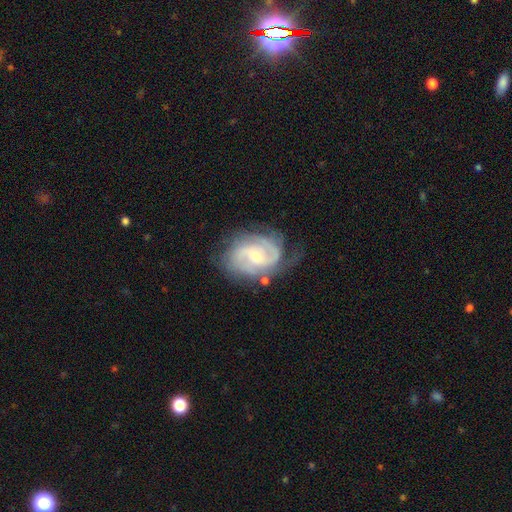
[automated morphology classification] Smooth or featured?
  - featured or disk: 86% *
  - smooth: 9%
  - star or artifact: 5%
Edge-on disk?
  - no: 97% *
  - yes: 3%
Bar?
  - weak: 45% *
  - no: 44%
  - strong: 11%
Spiral arms?
  - yes: 96% *
  - no: 4%
Spiral winding?
  - tight: 44% *
  - medium: 43%
  - loose: 13%
Spiral arm count?
  - 2: 56% *
  - 3: 17%
  - can't tell: 16%
  - 4: 4%
  - 1: 3%
  - more than 4: 3%
Bulge size?
  - small: 53% *
  - moderate: 43%
  - large: 2%
  - none: 1%
  - dominant: 1%
Merging?
  - none: 65% *
  - minor disturbance: 22%
  - major disturbance: 10%
  - merger: 3%